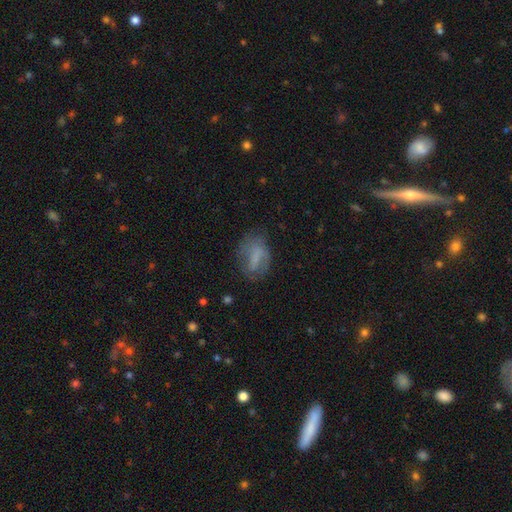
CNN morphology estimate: Q: Smooth or featured?
A: smooth (55%); runner-up: featured or disk (35%)
Q: How rounded?
A: in between (80%); runner-up: round (15%)
Q: Merging?
A: none (58%); runner-up: minor disturbance (24%)